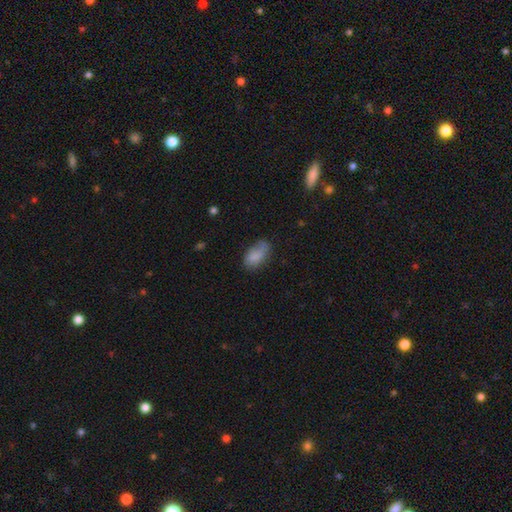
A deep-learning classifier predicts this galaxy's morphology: smooth-or-featured: smooth: 78% | featured or disk: 15% | star or artifact: 8%
  how-rounded: in between: 93% | round: 5% | cigar-shaped: 3%
  merging: none: 55% | minor disturbance: 30% | major disturbance: 12% | merger: 3%